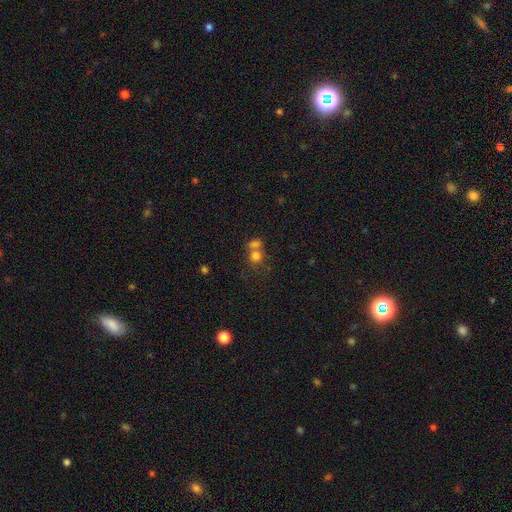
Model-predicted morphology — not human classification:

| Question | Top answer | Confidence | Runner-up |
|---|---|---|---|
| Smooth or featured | smooth | 75% | star or artifact (13%) |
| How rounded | round | 77% | in between (22%) |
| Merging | merger | 51% | none (36%) |